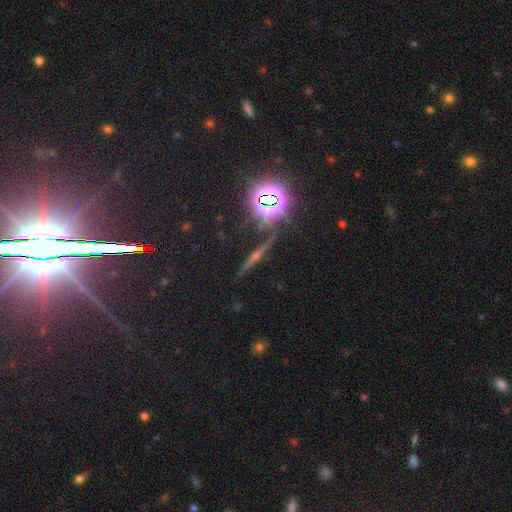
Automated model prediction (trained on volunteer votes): Morphology: type=featured or disk (48%); merging=none (86%).